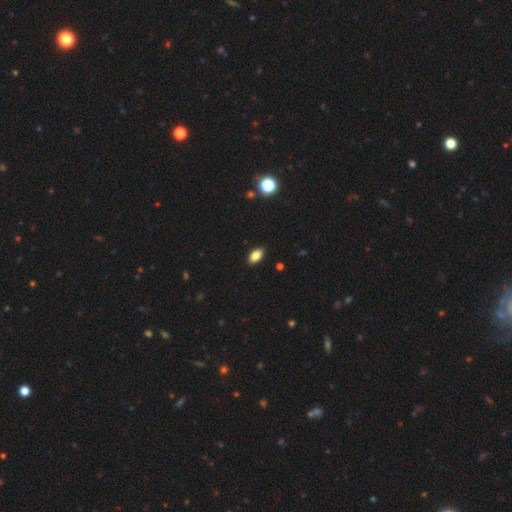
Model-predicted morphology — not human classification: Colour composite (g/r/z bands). It shows a smooth galaxy with no disk features (84%) that is in between round and cigar-shaped (91%). Merging: none (89%).